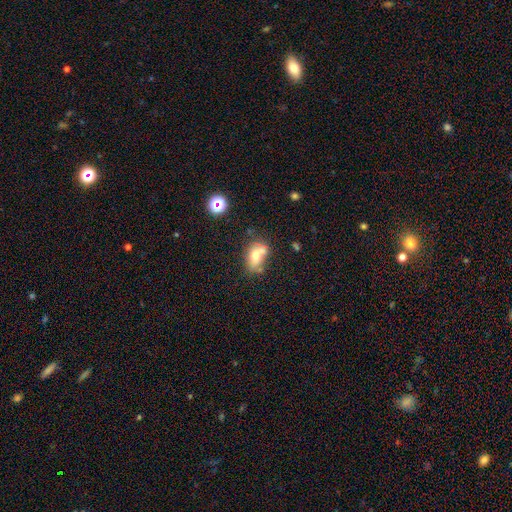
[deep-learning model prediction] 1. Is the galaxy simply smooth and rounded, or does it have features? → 59% smooth, 28% featured or disk, 13% star or artifact.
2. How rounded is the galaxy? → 76% in between, 22% round, 2% cigar-shaped.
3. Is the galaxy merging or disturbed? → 39% none, 29% merger, 21% minor disturbance, 11% major disturbance.